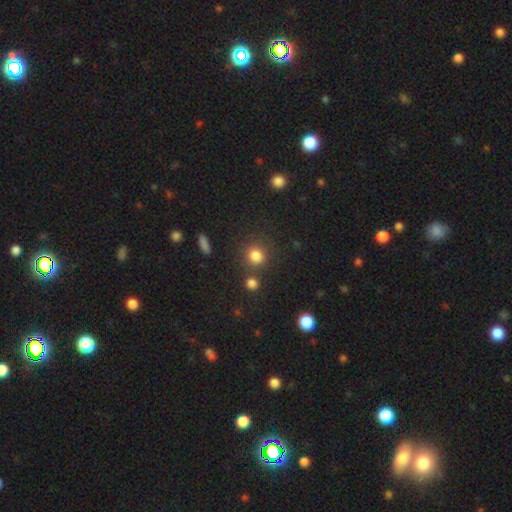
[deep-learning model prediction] Smooth or featured? smooth (81%)
How rounded? round (84%)
Merging? none (77%)